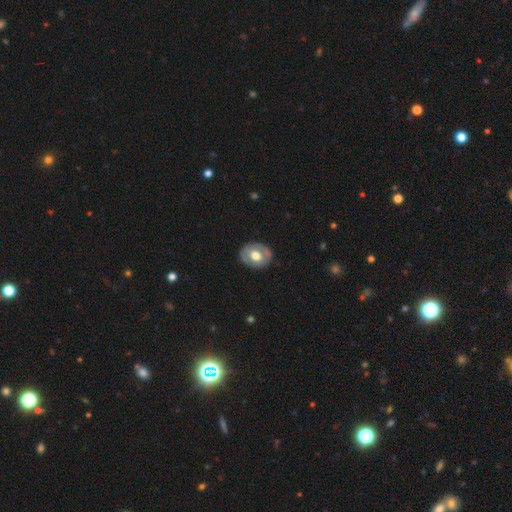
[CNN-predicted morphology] Q: Smooth or featured?
A: smooth (48%); runner-up: featured or disk (46%)
Q: Merging?
A: none (83%); runner-up: minor disturbance (13%)